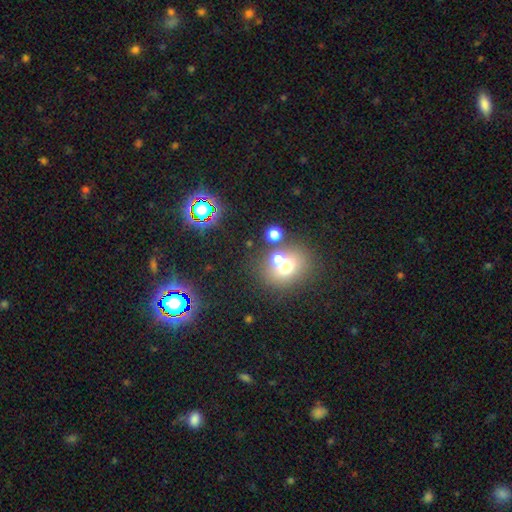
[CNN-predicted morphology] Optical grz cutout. It shows a star or artifact, not a galaxy (44%).